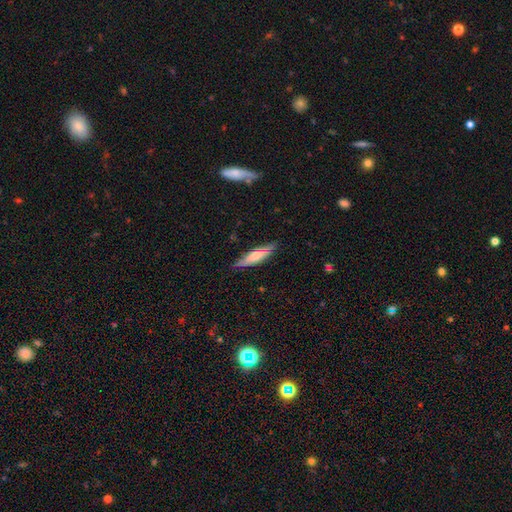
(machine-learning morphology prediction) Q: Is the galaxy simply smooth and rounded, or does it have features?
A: smooth — 58%.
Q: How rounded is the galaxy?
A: cigar-shaped — 70%.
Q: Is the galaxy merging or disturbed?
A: none — 80%.